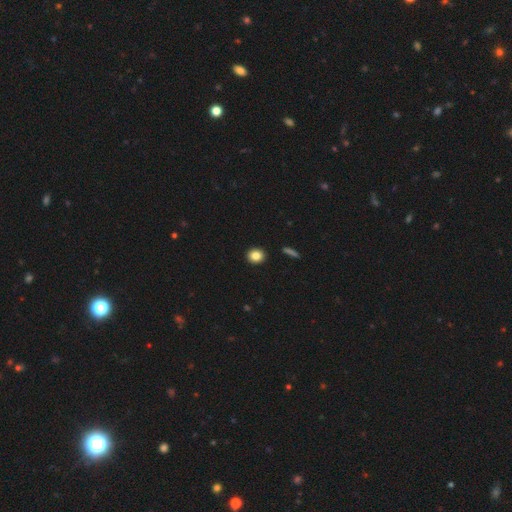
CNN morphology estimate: The model was most divided on "how rounded": round: 68%, in between: 31%, cigar-shaped: 1%. More confident: merging — none (92%); smooth or featured — smooth (85%).